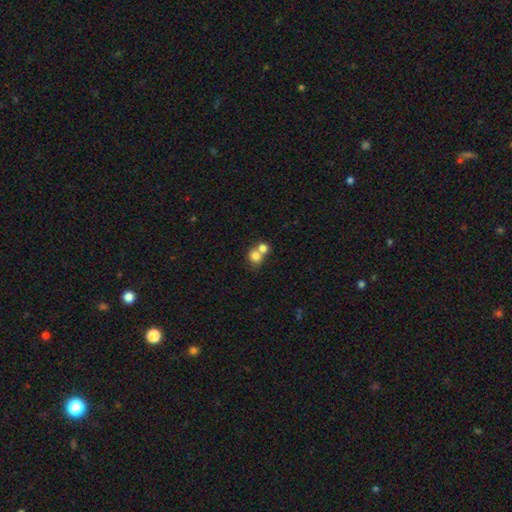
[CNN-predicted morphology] smooth-or-featured: smooth: 78% | featured or disk: 12% | star or artifact: 10%
  how-rounded: round: 75% | in between: 24% | cigar-shaped: 1%
  merging: merger: 56% | none: 34% | minor disturbance: 6% | major disturbance: 3%